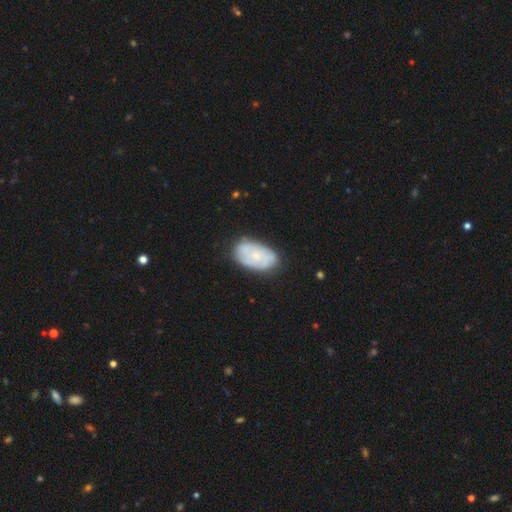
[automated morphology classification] type=smooth (49%); merging=none (72%).